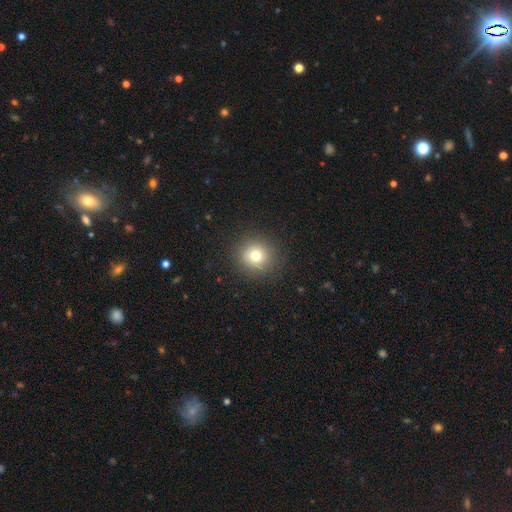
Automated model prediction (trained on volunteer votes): Smooth or featured: smooth — 75% (star or artifact — 15%)
How rounded: round — 93% (in between — 6%)
Merging: none — 90% (minor disturbance — 6%)